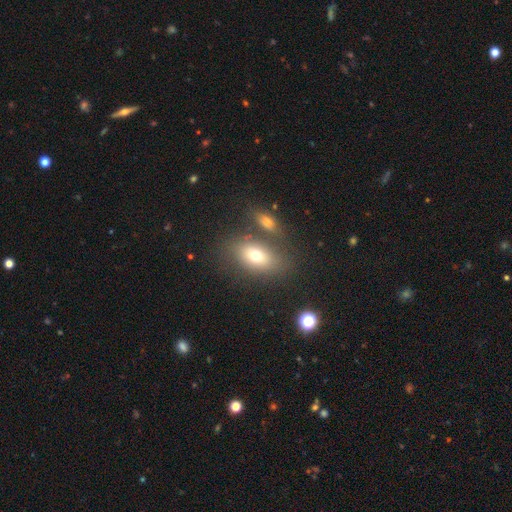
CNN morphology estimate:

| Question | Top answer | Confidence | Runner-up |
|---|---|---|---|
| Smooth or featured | smooth | 70% | featured or disk (18%) |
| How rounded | in between | 80% | round (18%) |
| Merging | none | 64% | merger (18%) |